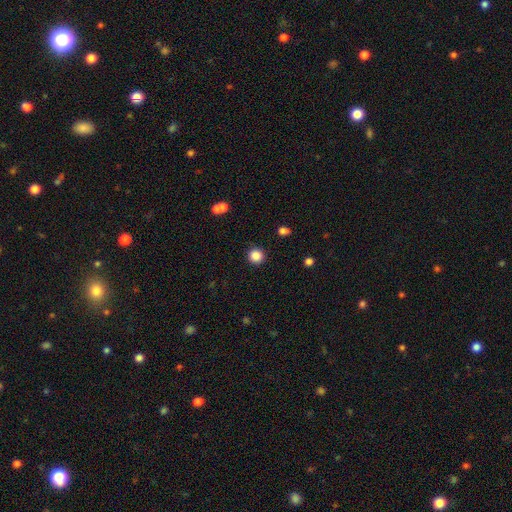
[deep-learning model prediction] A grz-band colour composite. It shows a smooth galaxy with no disk features (87%) that is round (92%). Merging: none (90%).